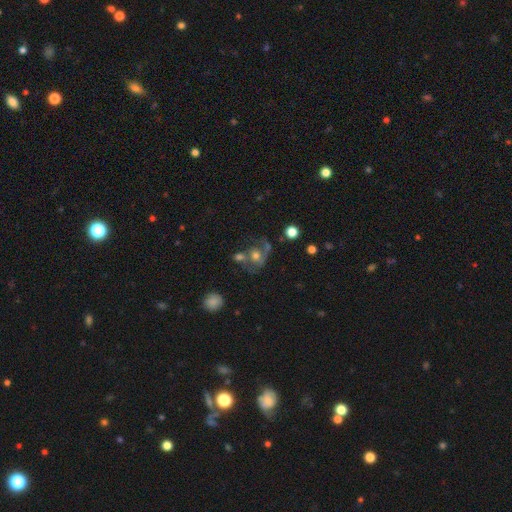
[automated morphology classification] This appears to be a smooth galaxy with no disk features (46%). Merging: none (33%).